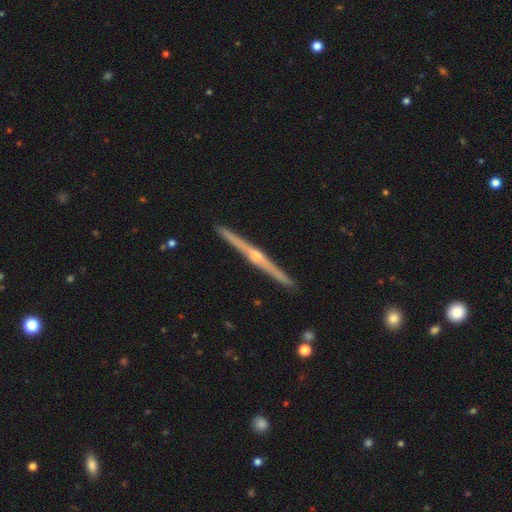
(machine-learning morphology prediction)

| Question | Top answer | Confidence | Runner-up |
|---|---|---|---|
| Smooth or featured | featured or disk | 86% | smooth (9%) |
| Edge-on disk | yes | 99% | no (1%) |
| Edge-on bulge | rounded | 87% | none (9%) |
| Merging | none | 93% | minor disturbance (5%) |